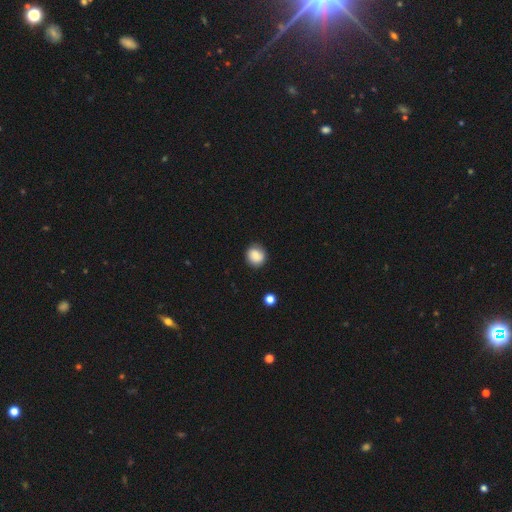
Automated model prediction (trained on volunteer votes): Morphology: type=smooth (84%); roundness=round (81%); merging=none (84%).